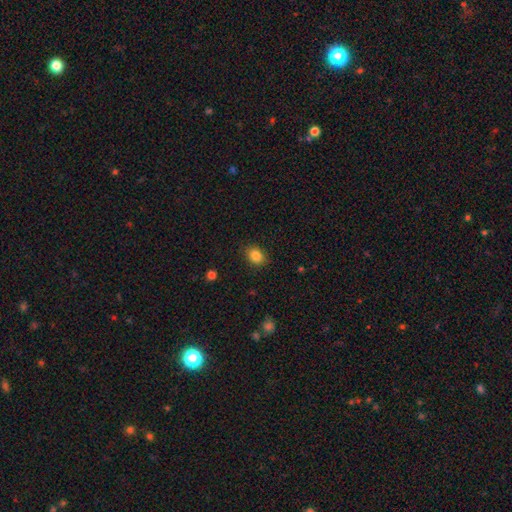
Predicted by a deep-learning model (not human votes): This appears to be a smooth galaxy with no disk features (85%) that is in between round and cigar-shaped (64%). Merging: none (86%).